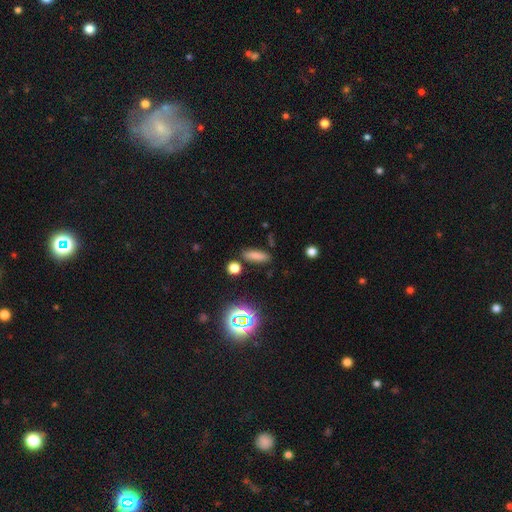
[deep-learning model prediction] This is likely a smooth galaxy (75%). How rounded: possibly cigar-shaped (54%). Merging: clearly none (84%).